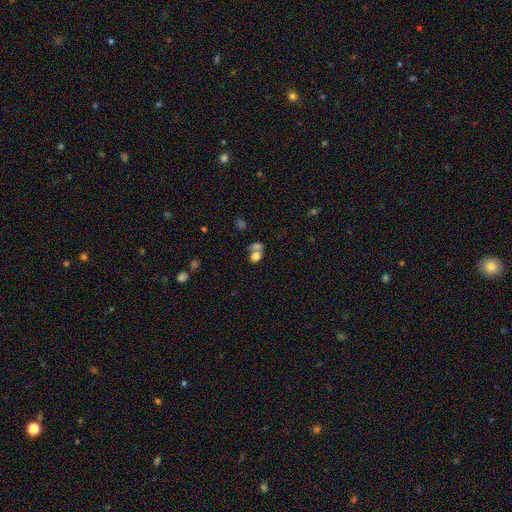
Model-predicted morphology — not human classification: A smooth galaxy with no disk features (75%) that is in between round and cigar-shaped (69%).

Vote fractions:
- Smooth or featured? smooth: 75% / featured or disk: 13% / star or artifact: 12%
- How rounded? in between: 69% / round: 29% / cigar-shaped: 2%
- Merging? merger: 52% / none: 31% / minor disturbance: 10% / major disturbance: 7%